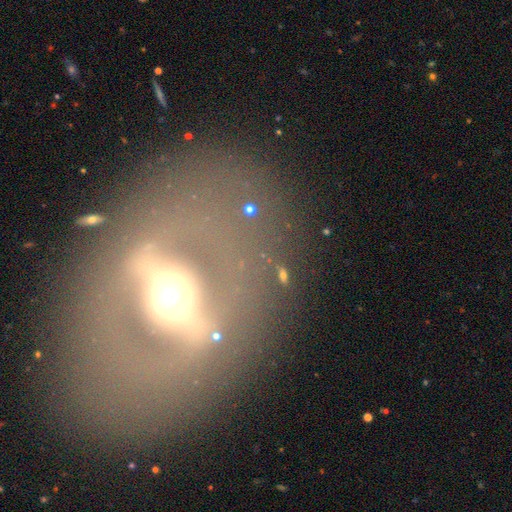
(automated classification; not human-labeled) A featured or disk galaxy (80%) with a strong bar (80%), no spiral arms (81%) and a moderate central bulge (60%). Merging: none (82%).